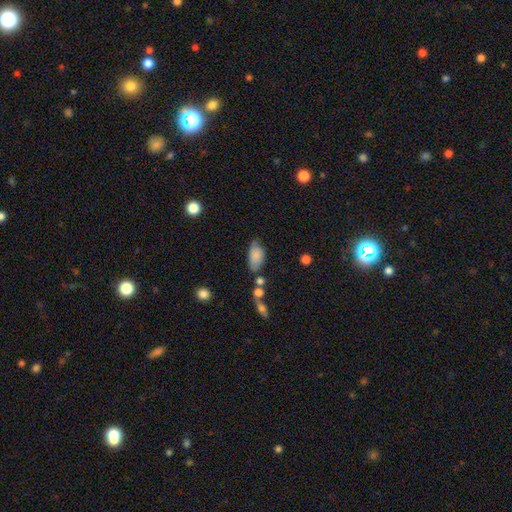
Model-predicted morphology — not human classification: Overall: smooth (81%). How rounded: in between (92%). Merging: none (51%; minor disturbance 32%).